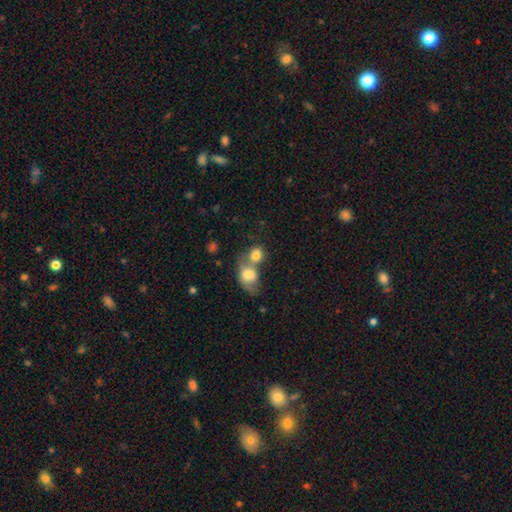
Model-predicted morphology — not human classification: Smooth or featured? Predicted: smooth (p=0.79). How rounded? Predicted: round (p=0.57). Merging? Predicted: merger (p=0.66).